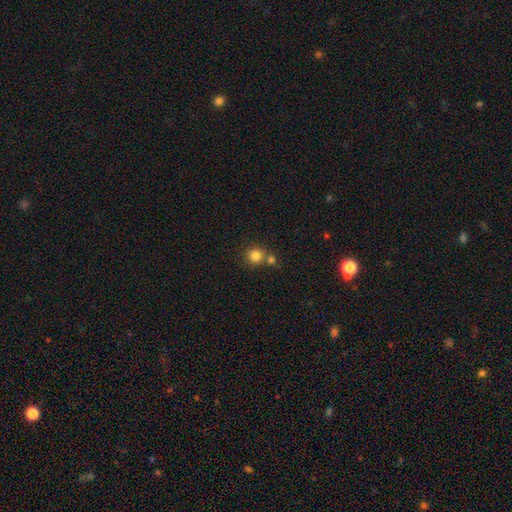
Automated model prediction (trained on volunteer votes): Q: Smooth or featured?
A: smooth (82%); runner-up: star or artifact (12%)
Q: How rounded?
A: round (92%); runner-up: in between (7%)
Q: Merging?
A: none (63%); runner-up: merger (27%)